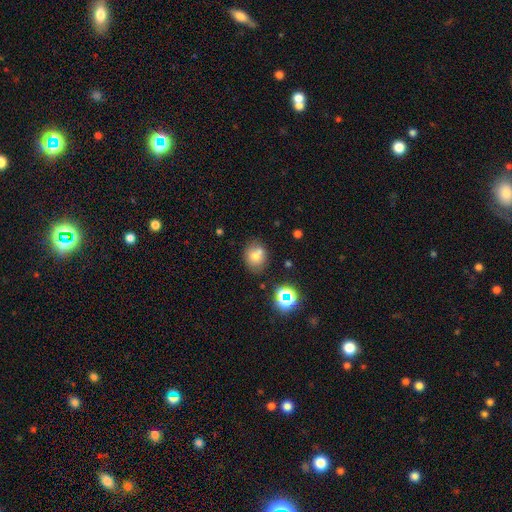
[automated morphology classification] type=smooth (69%); roundness=round (60%); merging=none (58%).